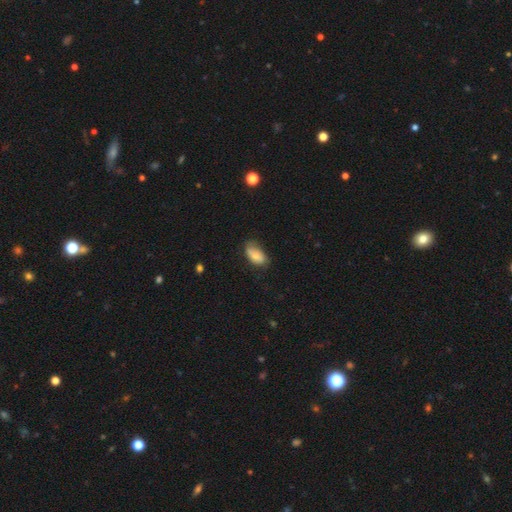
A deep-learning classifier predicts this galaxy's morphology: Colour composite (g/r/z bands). It shows a smooth galaxy with no disk features (78%) that is in between round and cigar-shaped (92%). Merging: none (54%).